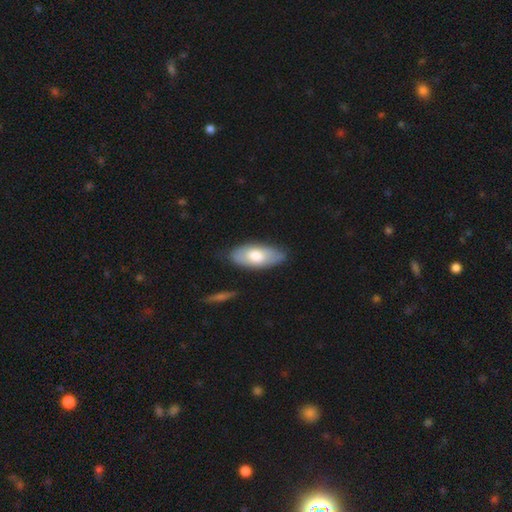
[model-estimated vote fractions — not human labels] A smooth galaxy with no disk features (66%) that is in between round and cigar-shaped (87%). Merging: none (79%).